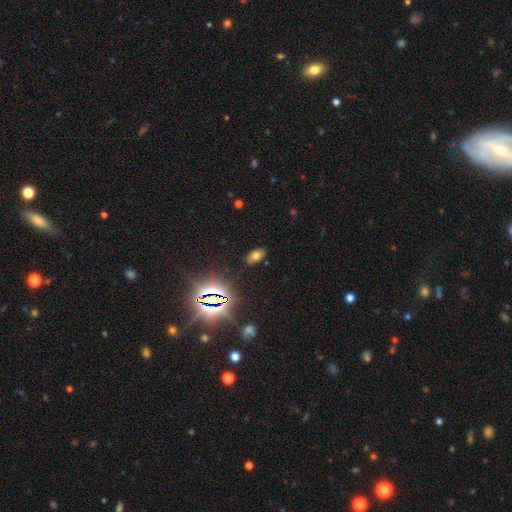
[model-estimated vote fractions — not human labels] Smooth or featured? smooth (62%)
How rounded? in between (90%)
Merging? none (83%)